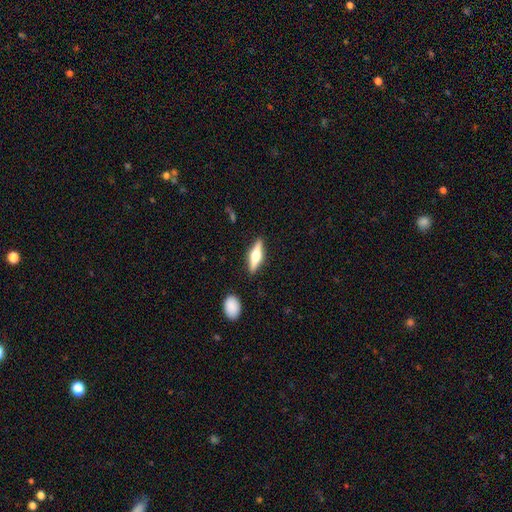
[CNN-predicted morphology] Q: Smooth or featured?
A: featured or disk (61%); runner-up: smooth (33%)
Q: Edge-on disk?
A: yes (96%); runner-up: no (4%)
Q: Edge-on bulge?
A: rounded (94%); runner-up: boxy (4%)
Q: Merging?
A: none (88%); runner-up: minor disturbance (8%)